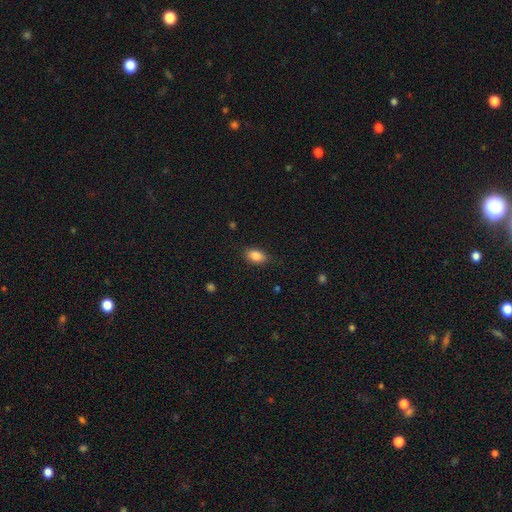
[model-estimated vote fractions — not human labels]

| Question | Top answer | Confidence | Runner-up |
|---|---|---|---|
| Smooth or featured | smooth | 86% | star or artifact (8%) |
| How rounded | in between | 86% | round (11%) |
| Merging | none | 81% | minor disturbance (15%) |